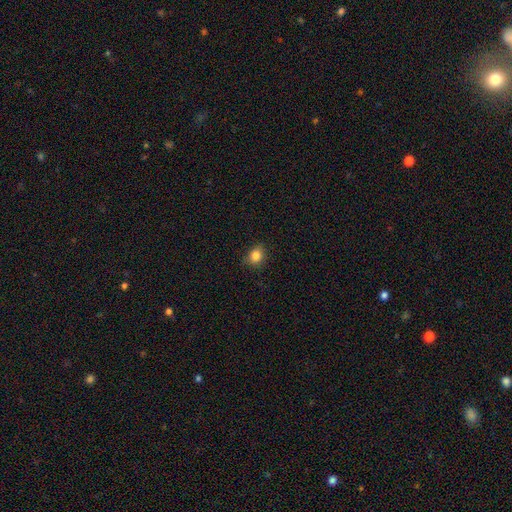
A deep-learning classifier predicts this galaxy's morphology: Overall: smooth (84%). How rounded: in between (50%; round 49%). Merging: none (80%).